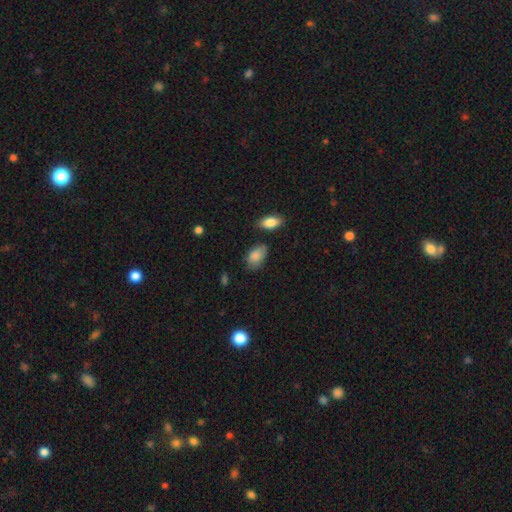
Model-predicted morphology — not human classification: smooth-or-featured: smooth: 86% | featured or disk: 7% | star or artifact: 7%
  how-rounded: in between: 91% | round: 8% | cigar-shaped: 2%
  merging: none: 65% | minor disturbance: 25% | major disturbance: 5% | merger: 5%